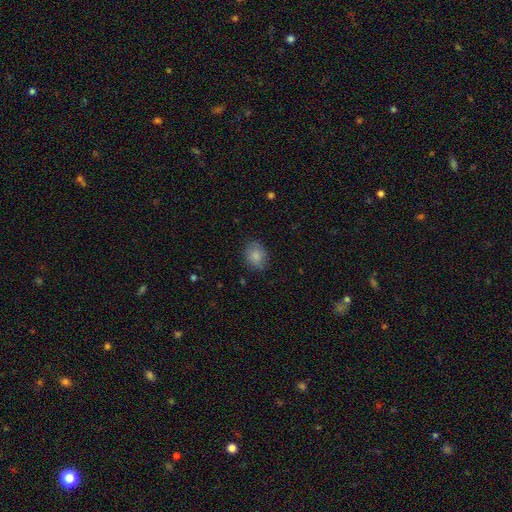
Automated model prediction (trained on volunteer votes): Smooth or featured?
  - smooth: 85% *
  - star or artifact: 8%
  - featured or disk: 7%
How rounded?
  - round: 55% *
  - in between: 44%
  - cigar-shaped: 1%
Merging?
  - none: 80% *
  - minor disturbance: 15%
  - major disturbance: 4%
  - merger: 1%